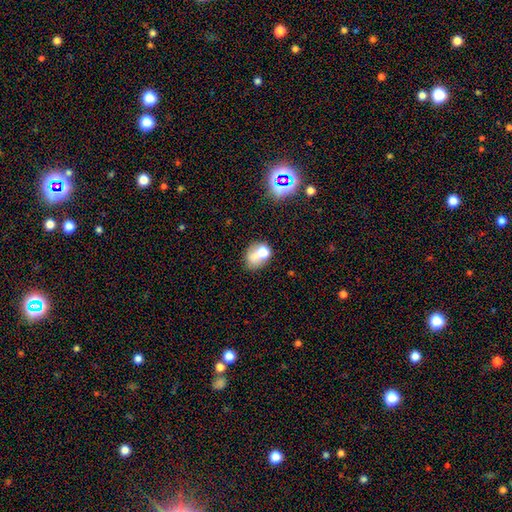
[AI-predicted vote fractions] This is likely a smooth galaxy (65%). How rounded: possibly round (51%). Merging: marginally merger (41%).